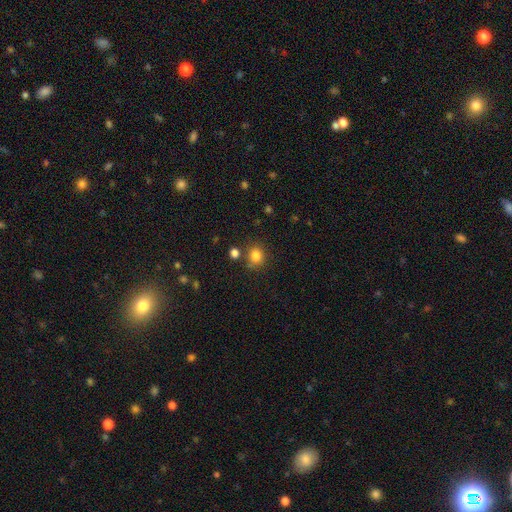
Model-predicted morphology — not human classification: smooth-or-featured: smooth: 82% | star or artifact: 12% | featured or disk: 5%
  how-rounded: round: 78% | in between: 21% | cigar-shaped: 1%
  merging: none: 76% | minor disturbance: 11% | merger: 9% | major disturbance: 4%